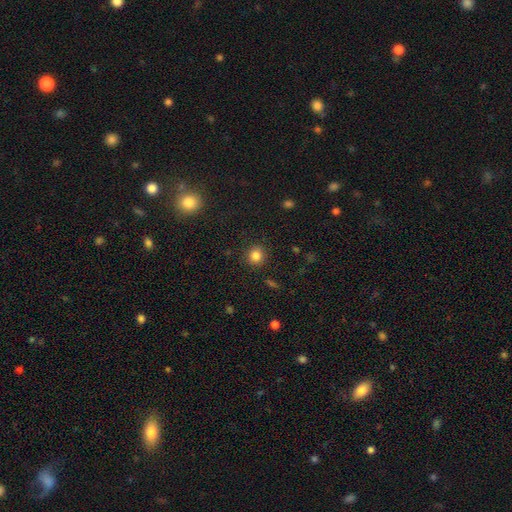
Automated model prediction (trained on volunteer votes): smooth_or_featured: smooth (p=0.83) [alt: star or artifact p=0.12]
how_rounded: round (p=0.88) [alt: in between p=0.11]
merging: none (p=0.90) [alt: minor disturbance p=0.06]